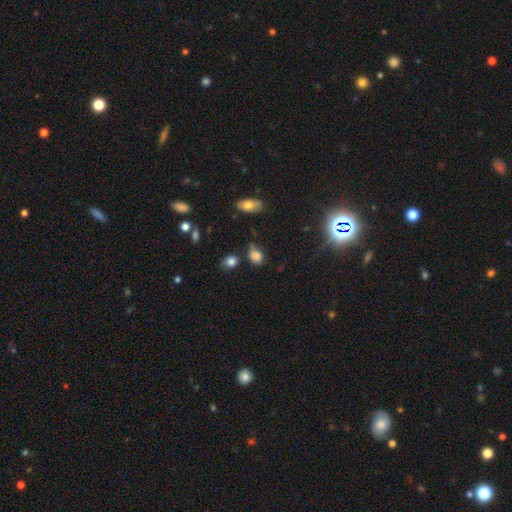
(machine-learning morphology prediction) A smooth galaxy with no disk features (78%) that is in between round and cigar-shaped (60%).

Vote fractions:
- Smooth or featured? smooth: 78% / star or artifact: 14% / featured or disk: 8%
- How rounded? in between: 60% / round: 38% / cigar-shaped: 2%
- Merging? none: 47% / minor disturbance: 31% / major disturbance: 13% / merger: 9%